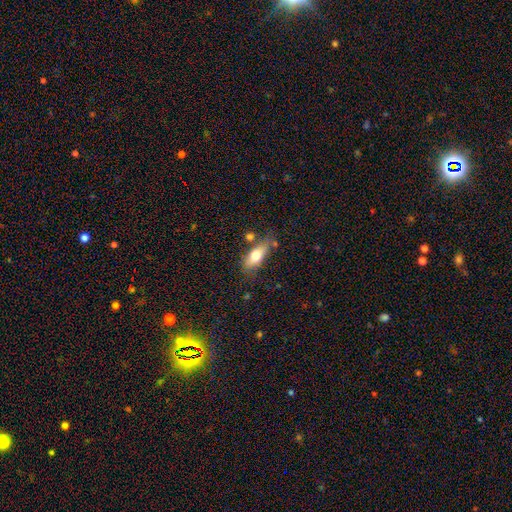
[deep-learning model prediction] Smooth or featured? Predicted: smooth (p=0.70). How rounded? Predicted: in between (p=0.74). Merging? Predicted: none (p=0.65).